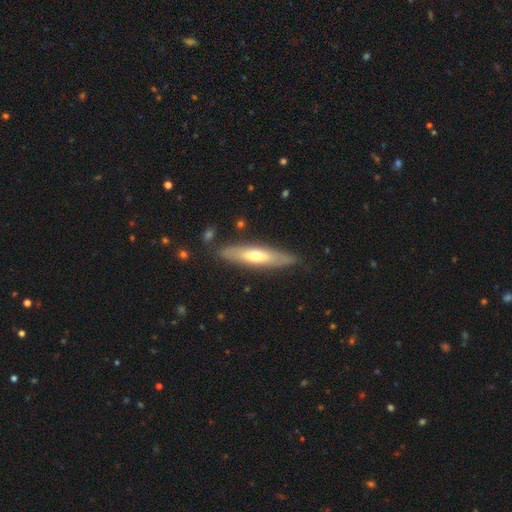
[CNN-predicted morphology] smooth 51%, featured or disk 43%, star or artifact 5%. Down the decision tree: how rounded — cigar-shaped (75%); merging — none (83%).